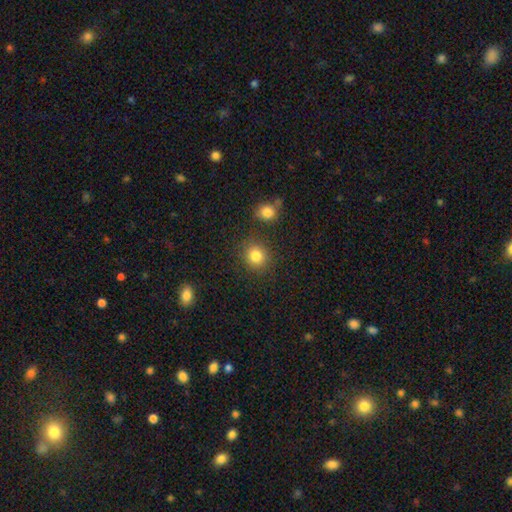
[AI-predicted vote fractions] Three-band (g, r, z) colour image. It shows a smooth galaxy with no disk features (83%) that is round (87%). Merging: none (83%).